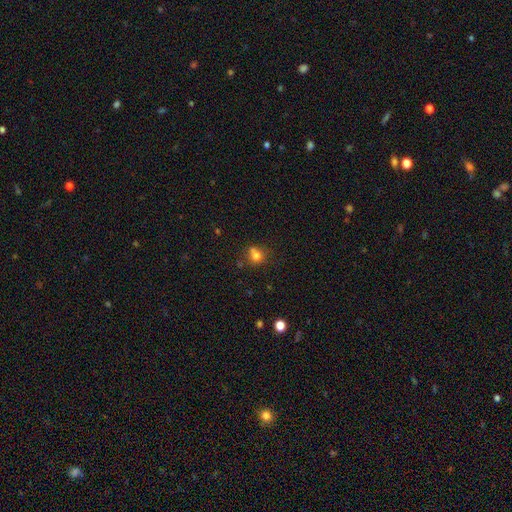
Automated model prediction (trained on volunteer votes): A smooth galaxy with no disk features (75%) that is round (78%).

Vote fractions:
- Smooth or featured? smooth: 75% / star or artifact: 14% / featured or disk: 11%
- How rounded? round: 78% / in between: 21% / cigar-shaped: 1%
- Merging? none: 54% / merger: 23% / minor disturbance: 16% / major disturbance: 6%